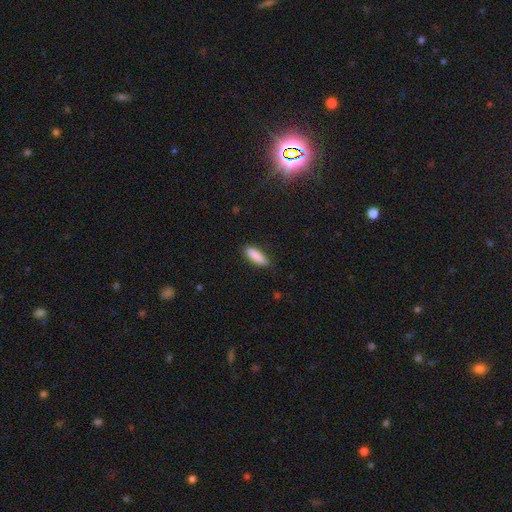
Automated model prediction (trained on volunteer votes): Smooth or featured: smooth — 88% (star or artifact — 6%)
How rounded: in between — 56% (cigar-shaped — 43%)
Merging: none — 83% (minor disturbance — 13%)